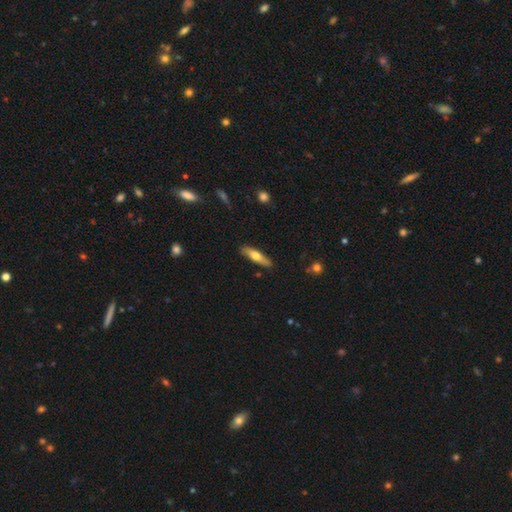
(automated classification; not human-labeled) Smooth or featured: smooth — 58% (featured or disk — 37%)
How rounded: cigar-shaped — 73% (in between — 25%)
Merging: none — 88% (minor disturbance — 9%)